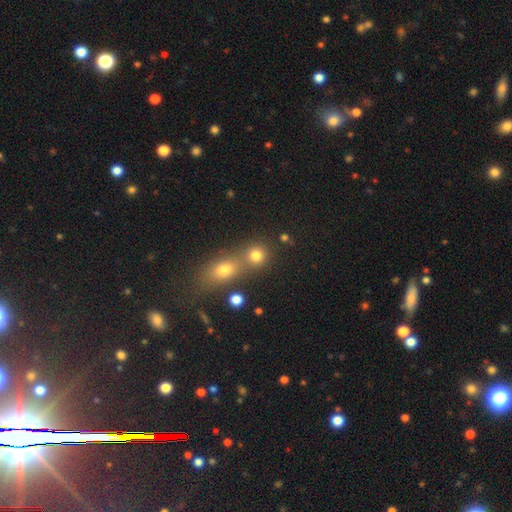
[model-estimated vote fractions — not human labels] Smooth or featured?
  - smooth: 76% *
  - star or artifact: 15%
  - featured or disk: 9%
How rounded?
  - round: 81% *
  - in between: 17%
  - cigar-shaped: 2%
Merging?
  - none: 50% *
  - merger: 39%
  - minor disturbance: 7%
  - major disturbance: 3%